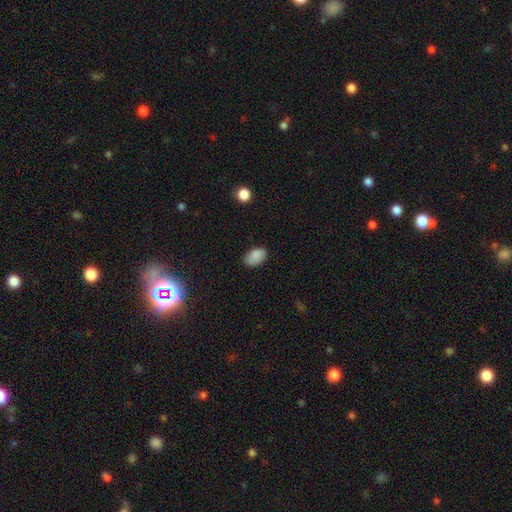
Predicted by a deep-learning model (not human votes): A smooth galaxy with no disk features (86%) that is in between round and cigar-shaped (91%). Merging: none (79%).